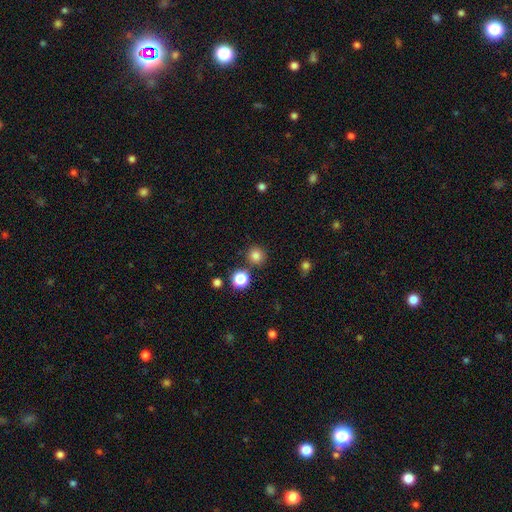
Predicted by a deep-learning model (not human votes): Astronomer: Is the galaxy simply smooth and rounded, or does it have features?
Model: smooth — 81%.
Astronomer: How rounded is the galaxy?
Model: round — 94%.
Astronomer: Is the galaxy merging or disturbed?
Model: none — 85%.